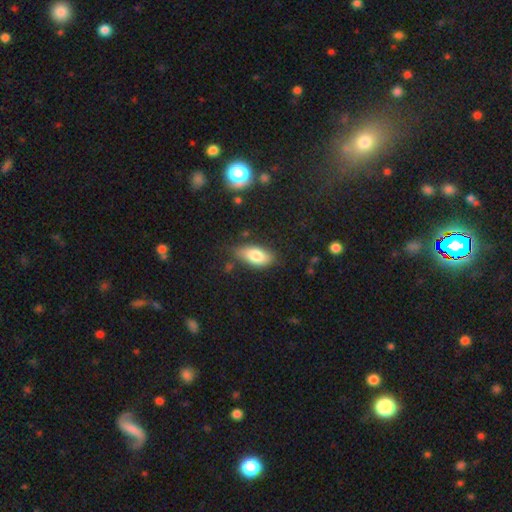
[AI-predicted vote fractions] smooth_or_featured: smooth (p=0.80) [alt: featured or disk p=0.12]
how_rounded: in between (p=0.90) [alt: cigar-shaped p=0.06]
merging: none (p=0.70) [alt: minor disturbance p=0.22]